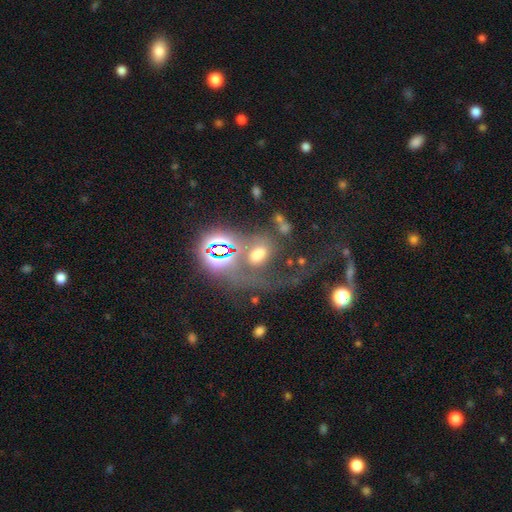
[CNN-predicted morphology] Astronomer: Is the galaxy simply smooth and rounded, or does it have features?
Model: smooth — 42% (runner-up: star or artifact, 33%).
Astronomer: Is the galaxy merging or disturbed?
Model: merger — 33% (runner-up: major disturbance, 28%).